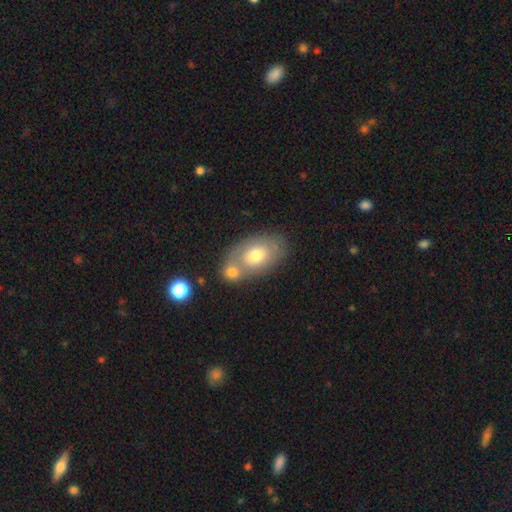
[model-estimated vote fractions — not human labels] This is possibly a smooth galaxy (59%). How rounded: clearly in between (84%). Merging: marginally merger (43%).